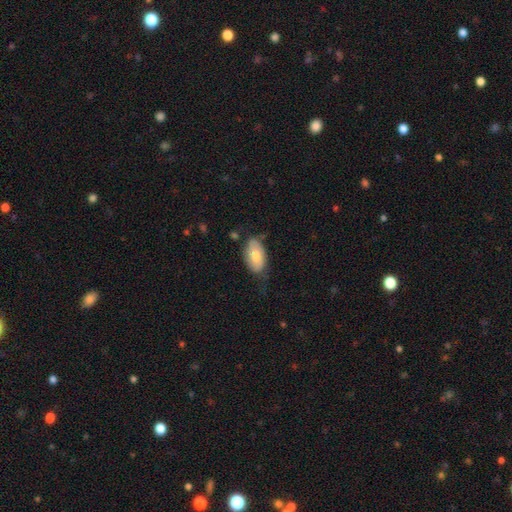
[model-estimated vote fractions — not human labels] smooth_or_featured: smooth (p=0.69) [alt: featured or disk p=0.25]
how_rounded: in between (p=0.94) [alt: round p=0.04]
merging: none (p=0.56) [alt: minor disturbance p=0.31]